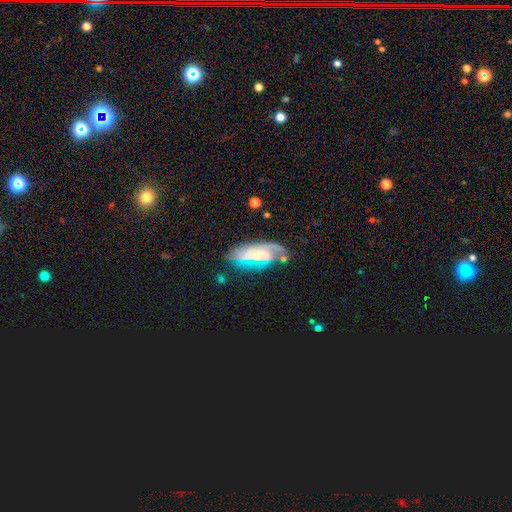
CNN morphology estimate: featured or disk 75%, smooth 17%, star or artifact 8%. Down the decision tree: edge-on disk — no (91%); bar — no (51%); spiral arms — yes (90%); spiral arm count — 2 (39%); spiral winding — tight (46%); bulge size — small (41%); merging — none (59%).